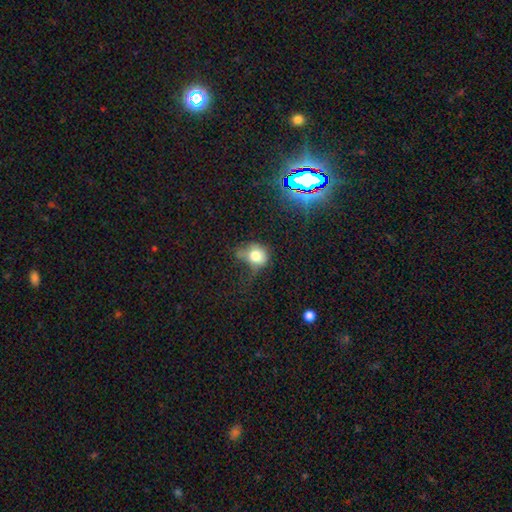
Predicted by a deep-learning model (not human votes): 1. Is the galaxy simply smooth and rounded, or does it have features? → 71% smooth, 15% featured or disk, 14% star or artifact.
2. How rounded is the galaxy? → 60% round, 38% in between, 1% cigar-shaped.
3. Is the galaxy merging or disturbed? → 33% minor disturbance, 31% none, 29% major disturbance, 7% merger.